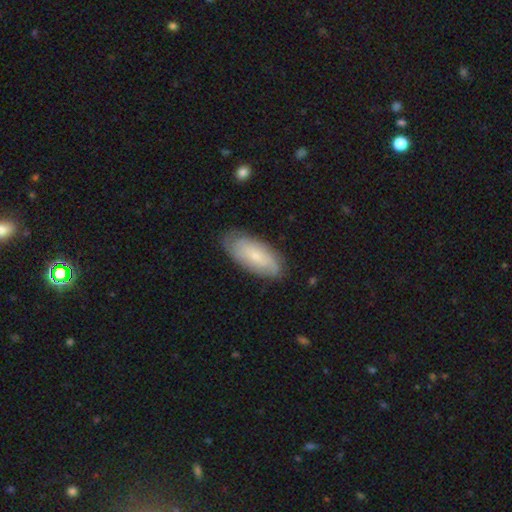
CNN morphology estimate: Smooth or featured? smooth (50%)
Merging? none (77%)